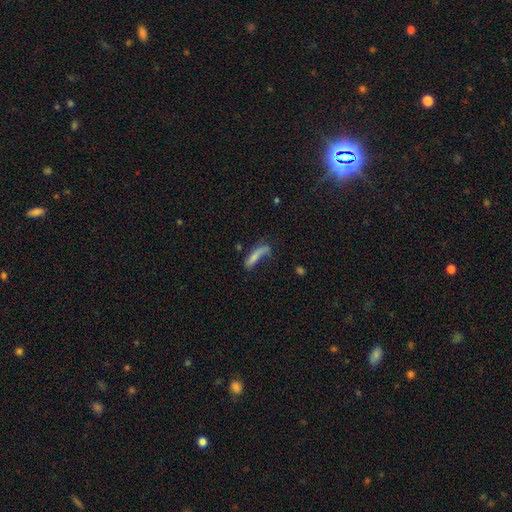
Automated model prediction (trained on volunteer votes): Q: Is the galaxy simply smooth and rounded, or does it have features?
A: smooth — 67%.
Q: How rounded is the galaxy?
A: cigar-shaped — 78%.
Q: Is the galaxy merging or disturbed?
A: none — 38%.